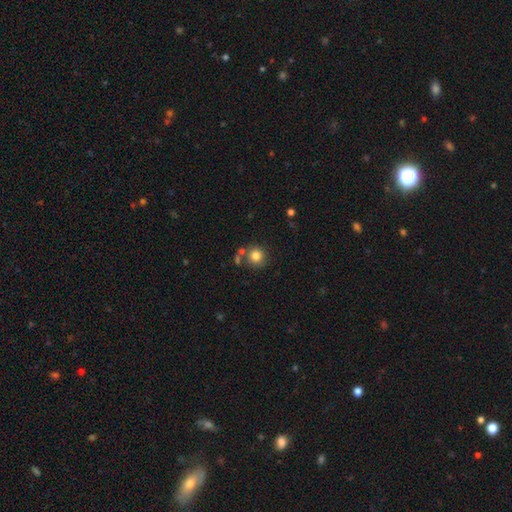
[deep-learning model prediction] smooth 81%, star or artifact 11%, featured or disk 8%. Down the decision tree: how rounded — round (91%); merging — none (70%).